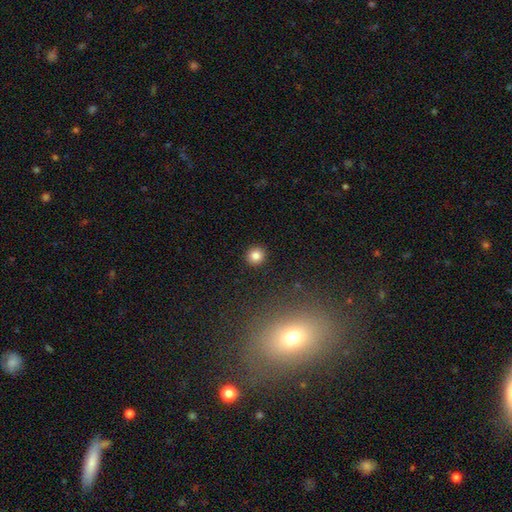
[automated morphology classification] type=smooth (83%); roundness=round (91%); merging=none (92%).